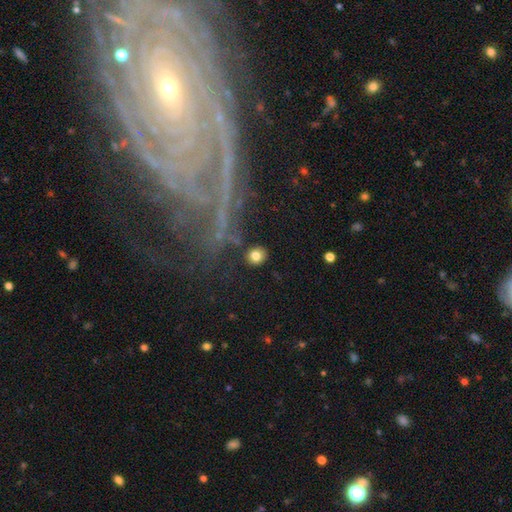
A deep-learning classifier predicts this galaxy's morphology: A smooth galaxy with no disk features (79%) that is round (78%).

Vote fractions:
- Smooth or featured? smooth: 79% / star or artifact: 11% / featured or disk: 10%
- How rounded? round: 78% / in between: 21% / cigar-shaped: 1%
- Merging? none: 84% / minor disturbance: 9% / major disturbance: 4% / merger: 4%